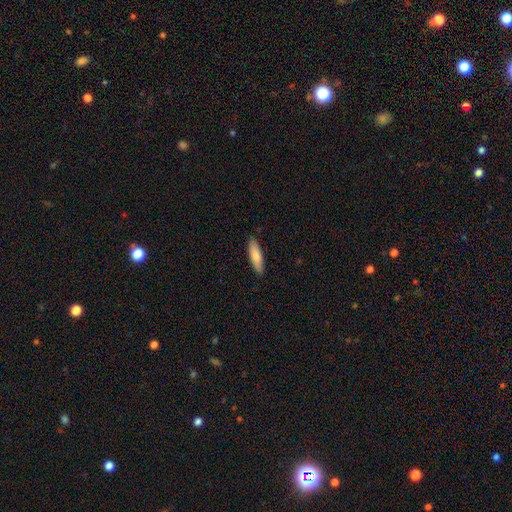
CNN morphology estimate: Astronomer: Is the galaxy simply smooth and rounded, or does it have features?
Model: smooth — 82%.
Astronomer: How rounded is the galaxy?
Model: cigar-shaped — 55% (runner-up: in between, 43%).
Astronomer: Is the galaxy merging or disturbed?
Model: none — 87%.